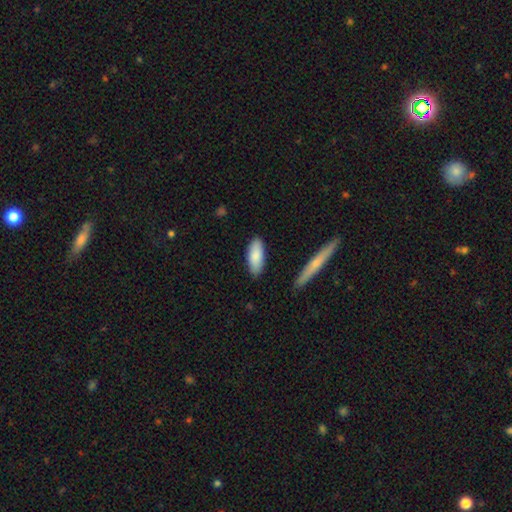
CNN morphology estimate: A smooth galaxy with no disk features (85%) that is in between round and cigar-shaped (78%).

Vote fractions:
- Smooth or featured? smooth: 85% / featured or disk: 10% / star or artifact: 5%
- How rounded? in between: 78% / cigar-shaped: 21% / round: 2%
- Merging? none: 85% / minor disturbance: 11% / merger: 2% / major disturbance: 2%